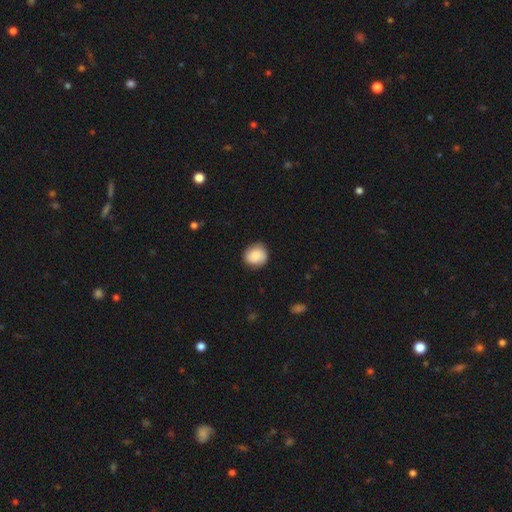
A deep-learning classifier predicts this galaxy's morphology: Smooth or featured?
  - smooth: 85% *
  - featured or disk: 8%
  - star or artifact: 7%
How rounded?
  - round: 80% *
  - in between: 19%
  - cigar-shaped: 1%
Merging?
  - none: 82% *
  - minor disturbance: 14%
  - major disturbance: 3%
  - merger: 1%